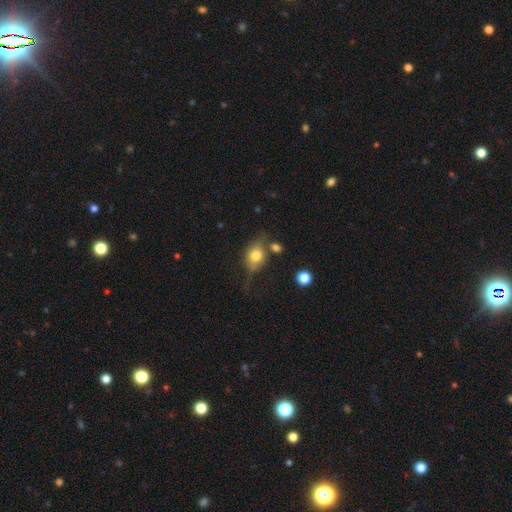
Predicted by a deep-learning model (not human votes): Smooth or featured?
  - smooth: 62% *
  - featured or disk: 29%
  - star or artifact: 9%
How rounded?
  - in between: 56% *
  - round: 40%
  - cigar-shaped: 4%
Merging?
  - none: 50% *
  - minor disturbance: 26%
  - major disturbance: 15%
  - merger: 9%